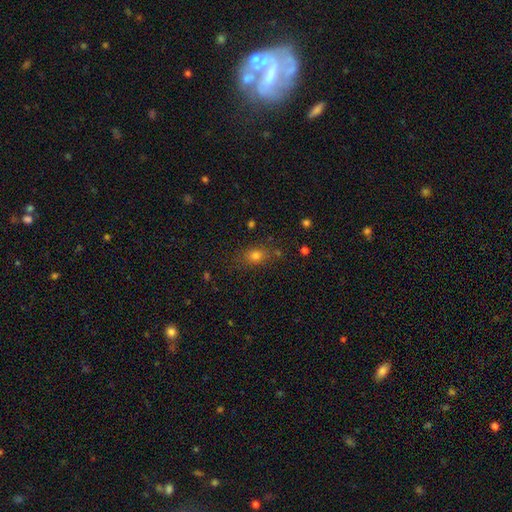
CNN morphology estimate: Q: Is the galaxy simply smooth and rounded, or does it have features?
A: smooth — 73%.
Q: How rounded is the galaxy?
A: in between — 55%.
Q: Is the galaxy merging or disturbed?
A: none — 77%.